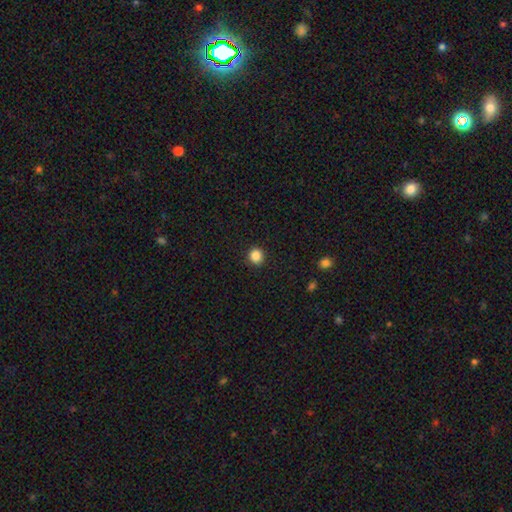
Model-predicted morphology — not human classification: Smooth or featured? smooth (86%)
How rounded? round (90%)
Merging? none (92%)